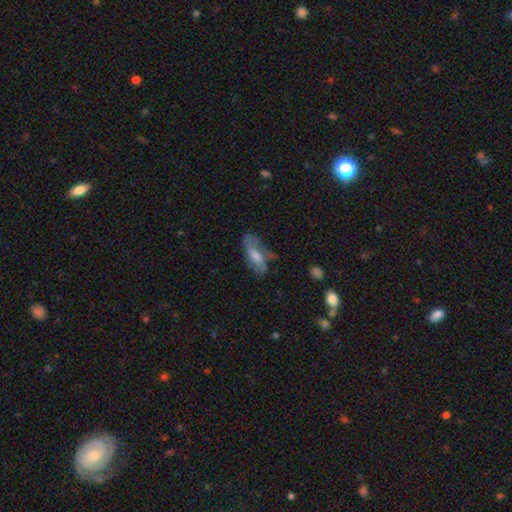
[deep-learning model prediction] A featured or disk galaxy (51%).

Vote fractions:
- Smooth or featured? featured or disk: 51% / smooth: 40% / star or artifact: 9%
- Edge-on disk? no: 84% / yes: 16%
- Merging? none: 55% / minor disturbance: 26% / major disturbance: 16% / merger: 3%